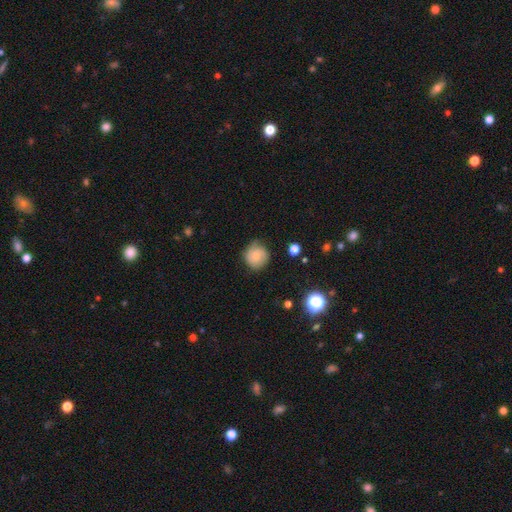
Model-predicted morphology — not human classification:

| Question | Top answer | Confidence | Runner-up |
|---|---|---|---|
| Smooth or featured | smooth | 66% | featured or disk (25%) |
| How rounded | round | 89% | in between (10%) |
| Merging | none | 66% | minor disturbance (26%) |